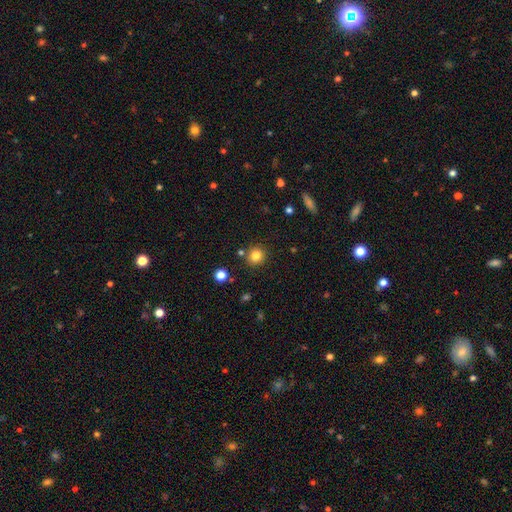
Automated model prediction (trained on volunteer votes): This appears to be a smooth galaxy with no disk features (82%) that is round (91%). Merging: none (85%).